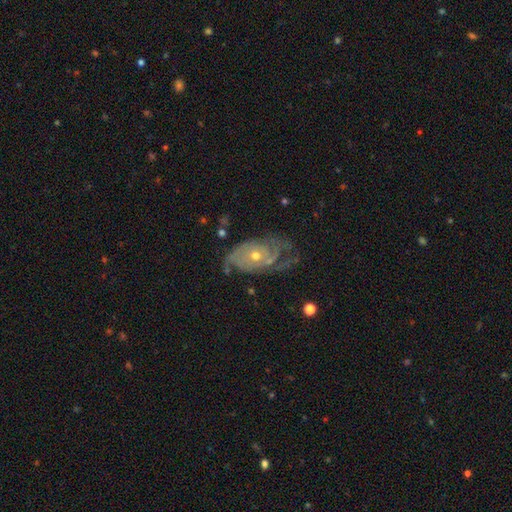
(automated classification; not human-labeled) Smooth or featured? Predicted: featured or disk (p=0.83). Edge-on disk? Predicted: no (p=0.94). Bar? Predicted: no (p=0.81). Spiral arms? Predicted: yes (p=0.89). Spiral winding? Predicted: tight (p=0.55). Spiral arm count? Predicted: can't tell (p=0.35). Bulge size? Predicted: moderate (p=0.51). Merging? Predicted: none (p=0.53).